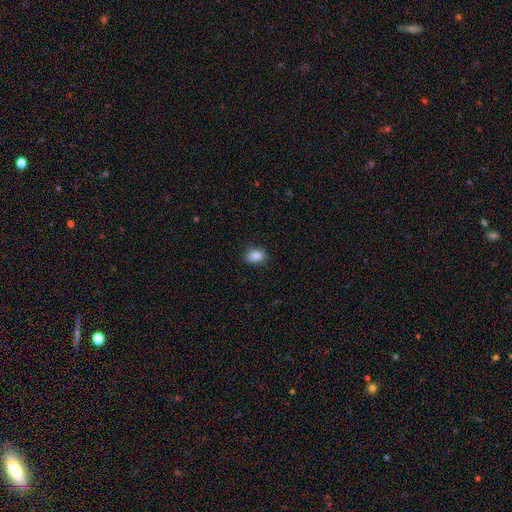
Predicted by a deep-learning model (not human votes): Overall: smooth (86%). How rounded: in between (70%). Merging: none (85%).